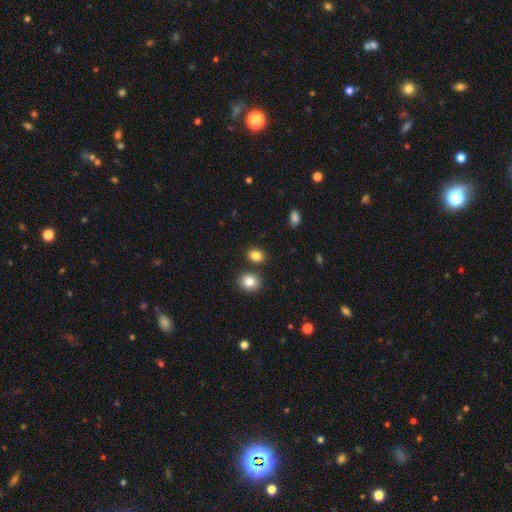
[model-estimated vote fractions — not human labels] smooth_or_featured: smooth (p=0.84) [alt: star or artifact p=0.10]
how_rounded: in between (p=0.58) [alt: round p=0.41]
merging: none (p=0.77) [alt: merger p=0.11]